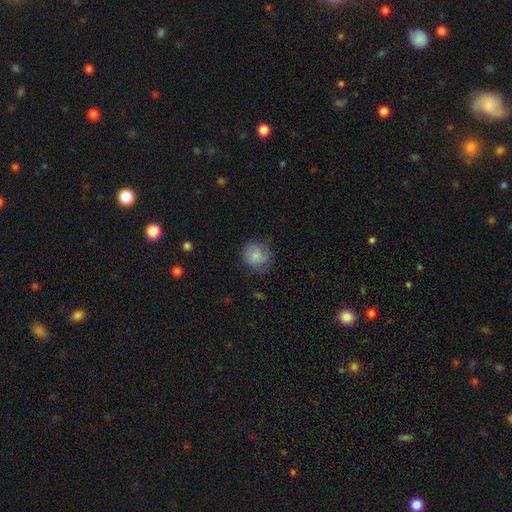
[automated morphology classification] Smooth or featured?
  - smooth: 83% *
  - featured or disk: 9%
  - star or artifact: 8%
How rounded?
  - round: 85% *
  - in between: 14%
  - cigar-shaped: 1%
Merging?
  - none: 73% *
  - minor disturbance: 20%
  - major disturbance: 6%
  - merger: 1%